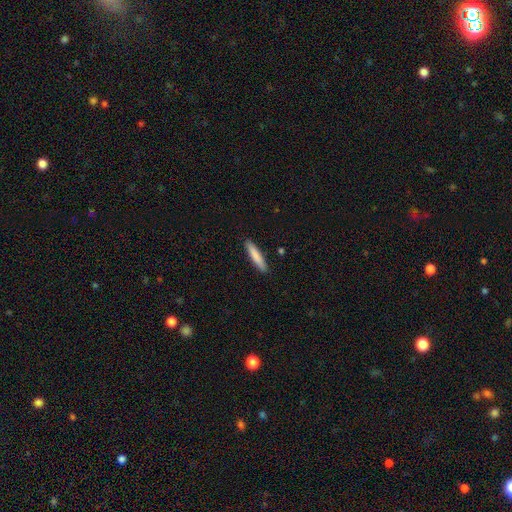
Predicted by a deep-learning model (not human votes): A smooth galaxy with no disk features (82%) that is cigar-shaped (89%).

Vote fractions:
- Smooth or featured? smooth: 82% / featured or disk: 12% / star or artifact: 5%
- How rounded? cigar-shaped: 89% / in between: 9% / round: 1%
- Merging? none: 90% / minor disturbance: 7% / major disturbance: 2% / merger: 1%